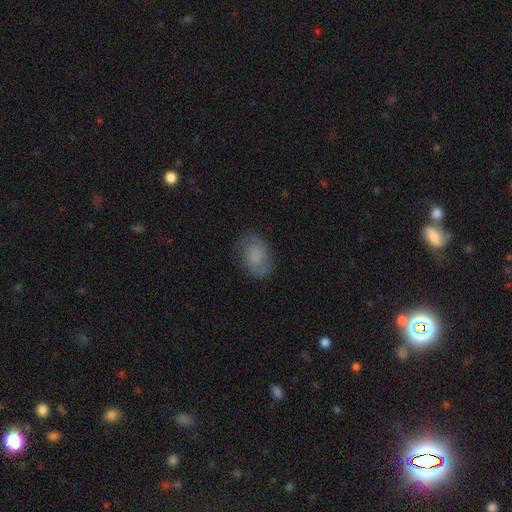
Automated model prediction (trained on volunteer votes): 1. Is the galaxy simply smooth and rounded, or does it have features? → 63% smooth, 27% featured or disk, 10% star or artifact.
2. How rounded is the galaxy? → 82% in between, 16% round, 1% cigar-shaped.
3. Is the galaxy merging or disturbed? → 72% none, 20% minor disturbance, 7% major disturbance, 2% merger.